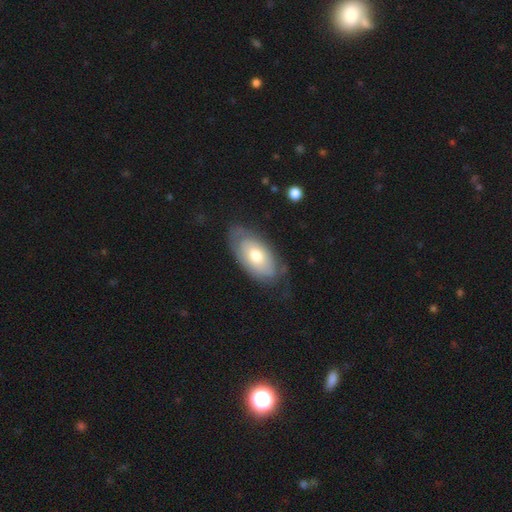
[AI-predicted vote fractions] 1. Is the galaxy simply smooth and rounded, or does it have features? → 54% smooth, 40% featured or disk, 6% star or artifact.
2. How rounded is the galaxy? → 93% in between, 4% round, 3% cigar-shaped.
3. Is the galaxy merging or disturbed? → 66% none, 24% minor disturbance, 9% major disturbance, 1% merger.